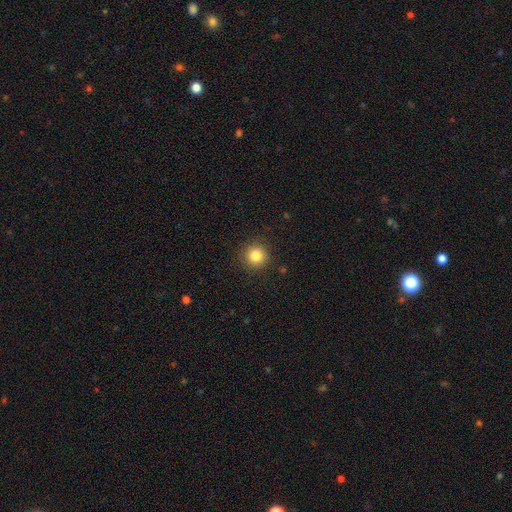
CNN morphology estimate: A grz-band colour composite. It shows a smooth galaxy with no disk features (83%) that is round (95%). Merging: none (91%).